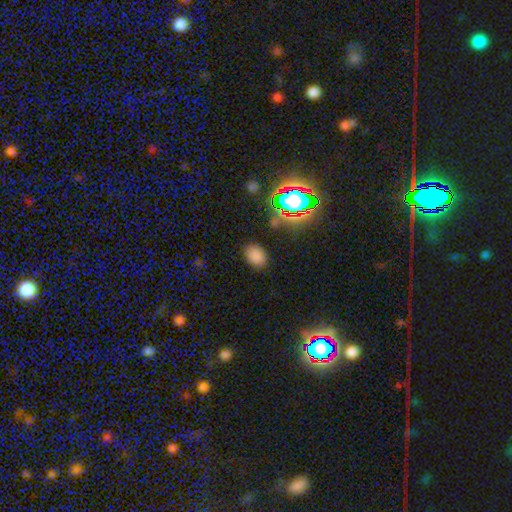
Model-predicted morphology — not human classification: This is likely a smooth galaxy (77%). How rounded: likely in between (75%). Merging: clearly none (83%).